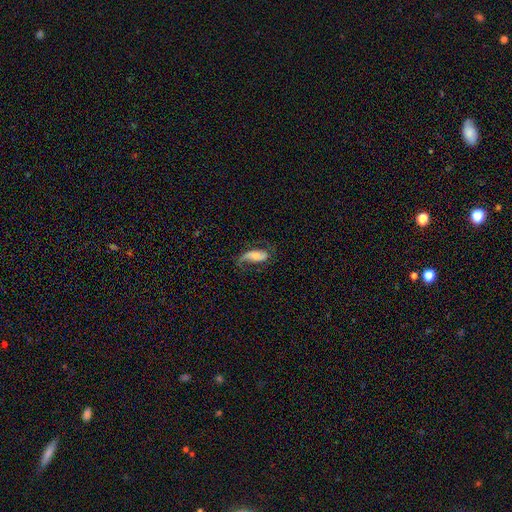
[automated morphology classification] Smooth or featured? Predicted: featured or disk (p=0.59). Edge-on disk? Predicted: no (p=0.90). Bar? Predicted: no (p=0.51). Spiral arms? Predicted: yes (p=0.87). Bulge size? Predicted: moderate (p=0.47). Merging? Predicted: none (p=0.56).